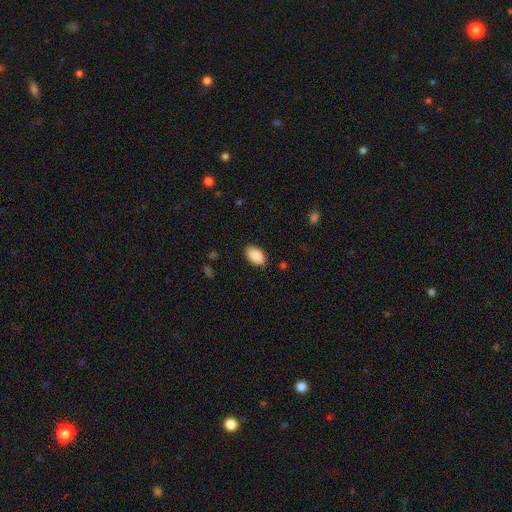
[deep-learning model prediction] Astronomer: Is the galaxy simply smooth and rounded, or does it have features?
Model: smooth — 89%.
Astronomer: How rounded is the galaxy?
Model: in between — 95%.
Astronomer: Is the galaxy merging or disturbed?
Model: none — 87%.